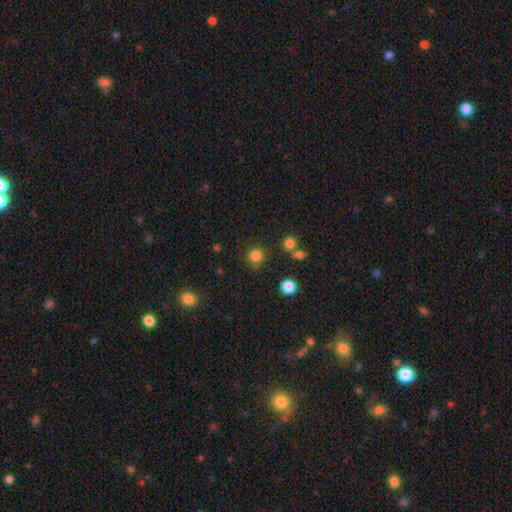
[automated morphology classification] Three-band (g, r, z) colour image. It shows a smooth galaxy with no disk features (82%) that is round (93%). Merging: none (83%).